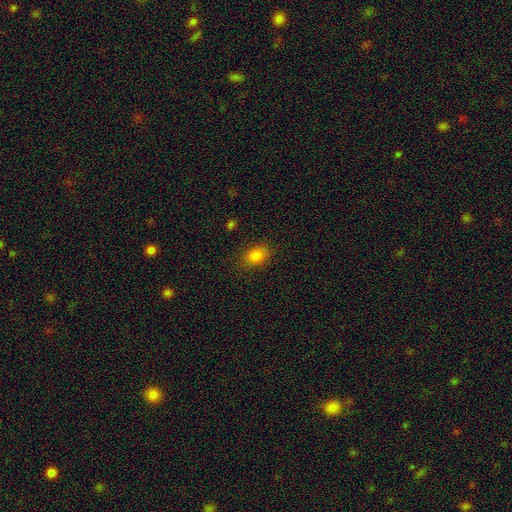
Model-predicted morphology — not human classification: Smooth or featured: smooth — 84% (star or artifact — 11%)
How rounded: in between — 78% (round — 21%)
Merging: none — 84% (minor disturbance — 12%)